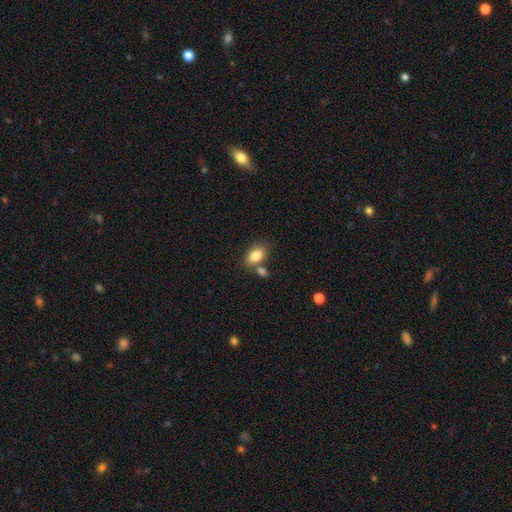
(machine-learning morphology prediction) A smooth galaxy with no disk features (83%) that is in between round and cigar-shaped (89%). Merging: none (59%).